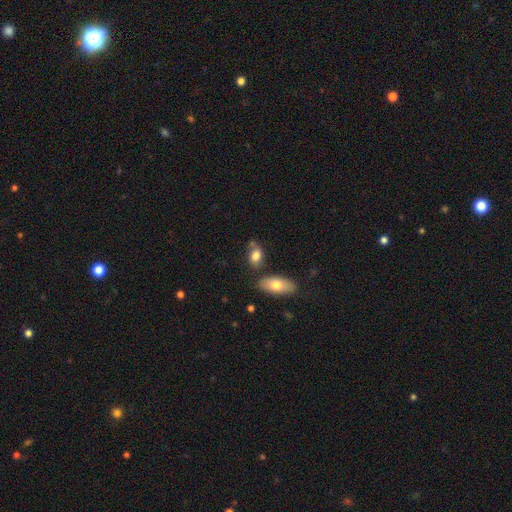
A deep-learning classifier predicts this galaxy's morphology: Overall: smooth (80%). How rounded: in between (83%). Merging: none (59%).